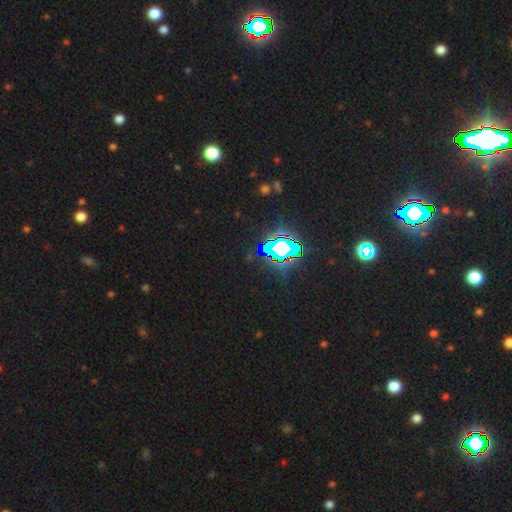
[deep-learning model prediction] Overall: star or artifact (82%).